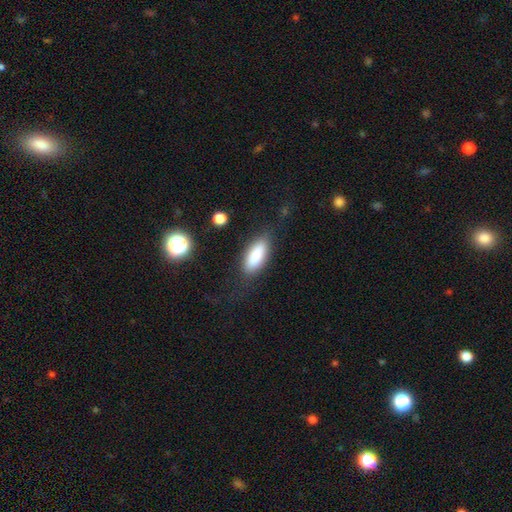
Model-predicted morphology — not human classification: The model was most divided on "how rounded": in between: 79%, cigar-shaped: 19%, round: 2%. More confident: smooth or featured — smooth (85%); merging — none (78%).